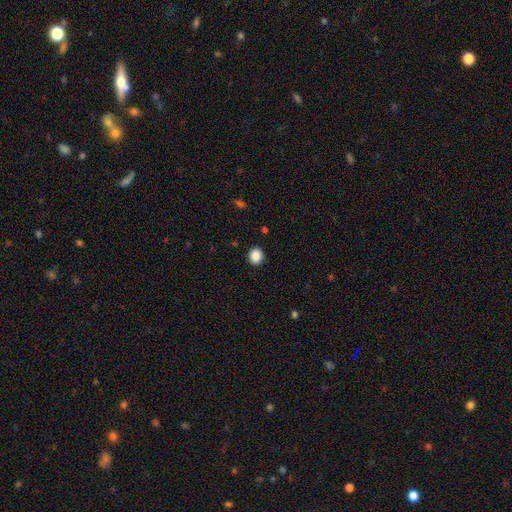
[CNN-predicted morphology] smooth-or-featured: smooth: 88% | star or artifact: 9% | featured or disk: 3%
  how-rounded: round: 75% | in between: 24% | cigar-shaped: 1%
  merging: none: 90% | minor disturbance: 7% | major disturbance: 2% | merger: 1%